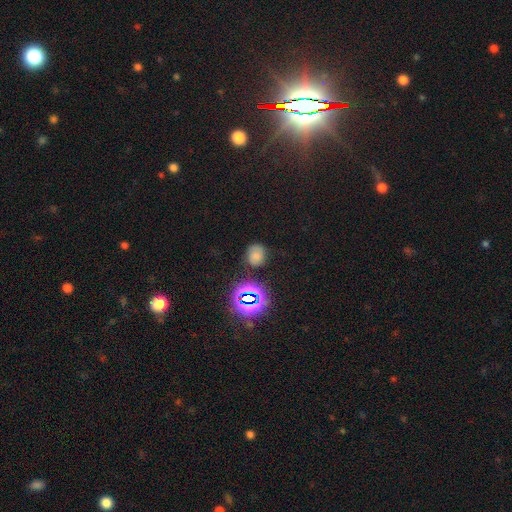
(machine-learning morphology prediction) Q: Smooth or featured?
A: smooth (60%); runner-up: star or artifact (27%)
Q: How rounded?
A: round (62%); runner-up: in between (37%)
Q: Merging?
A: none (72%); runner-up: minor disturbance (18%)